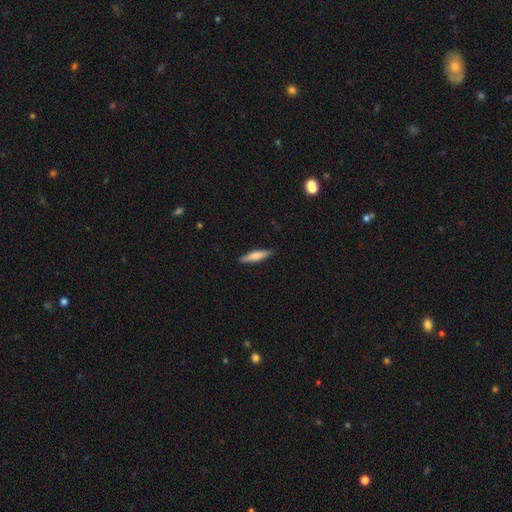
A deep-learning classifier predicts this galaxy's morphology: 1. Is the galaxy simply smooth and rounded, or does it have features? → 71% smooth, 24% featured or disk, 6% star or artifact.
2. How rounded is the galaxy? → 80% cigar-shaped, 18% in between, 2% round.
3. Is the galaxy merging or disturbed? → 88% none, 9% minor disturbance, 2% major disturbance, 1% merger.